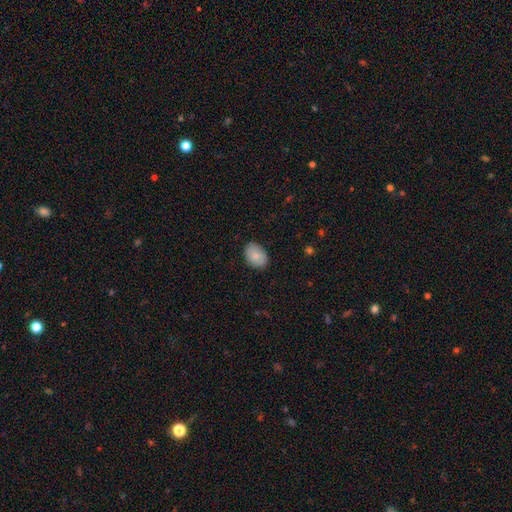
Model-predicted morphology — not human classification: smooth_or_featured: smooth (p=0.83) [alt: featured or disk p=0.10]
how_rounded: in between (p=0.79) [alt: round p=0.20]
merging: none (p=0.85) [alt: minor disturbance p=0.11]